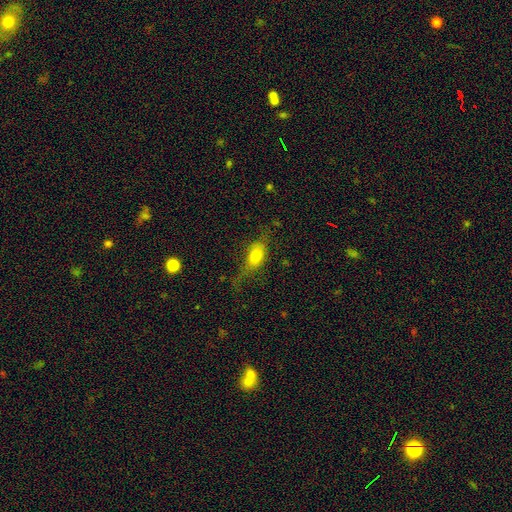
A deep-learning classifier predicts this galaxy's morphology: Overall: smooth (69%). How rounded: in between (76%). Merging: none (45%; minor disturbance 27%).